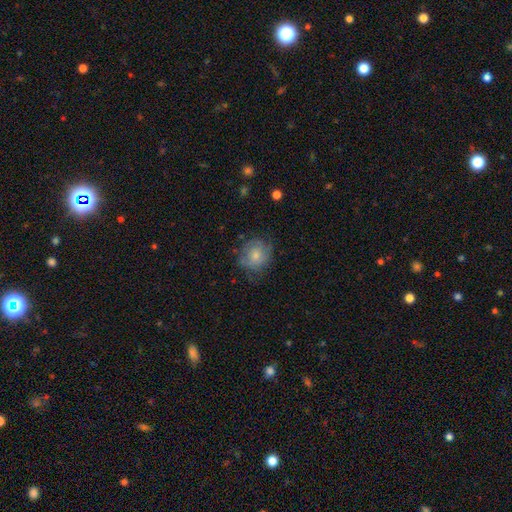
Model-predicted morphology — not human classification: Smooth or featured? smooth (67%)
How rounded? round (76%)
Merging? none (61%)